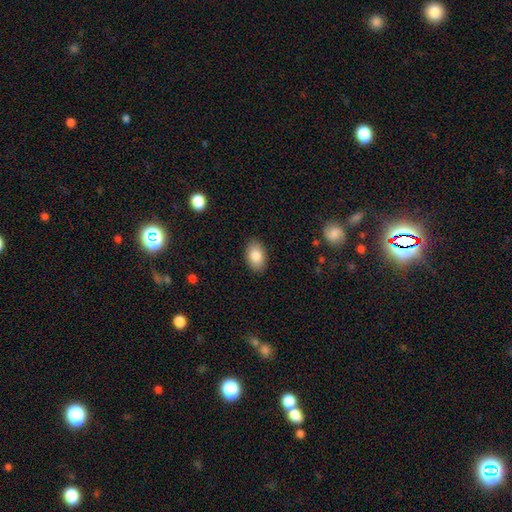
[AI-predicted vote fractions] smooth 85%, featured or disk 8%, star or artifact 7%. Down the decision tree: how rounded — in between (91%); merging — none (87%).